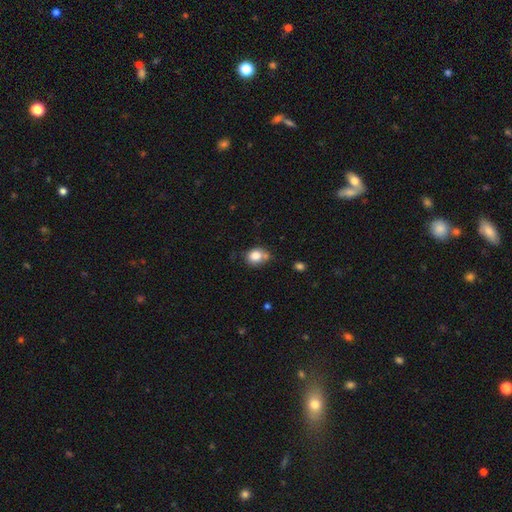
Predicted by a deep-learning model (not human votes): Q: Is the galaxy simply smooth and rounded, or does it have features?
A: smooth — 82%.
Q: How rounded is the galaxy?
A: round — 61%.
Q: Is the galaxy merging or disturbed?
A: none — 55%.